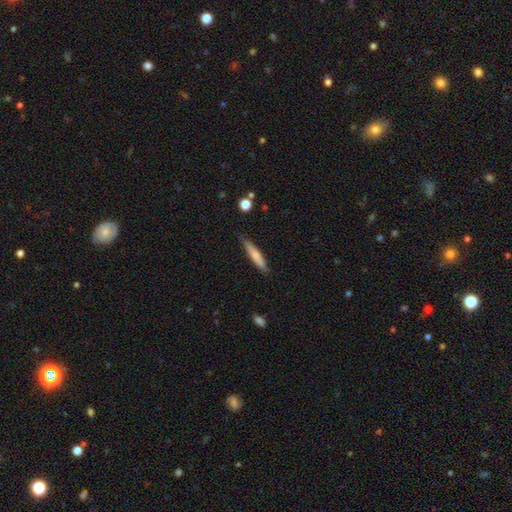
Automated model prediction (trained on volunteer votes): Overall: smooth (70%). How rounded: cigar-shaped (90%). Merging: none (80%).